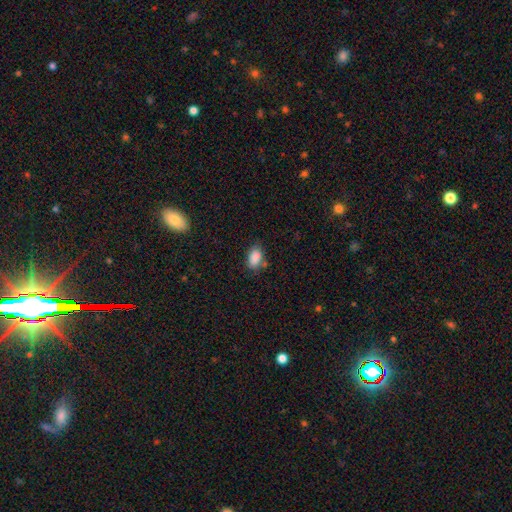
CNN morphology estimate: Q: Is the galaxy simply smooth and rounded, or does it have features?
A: smooth — 86%.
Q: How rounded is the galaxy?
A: in between — 89%.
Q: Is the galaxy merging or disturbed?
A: none — 65%.